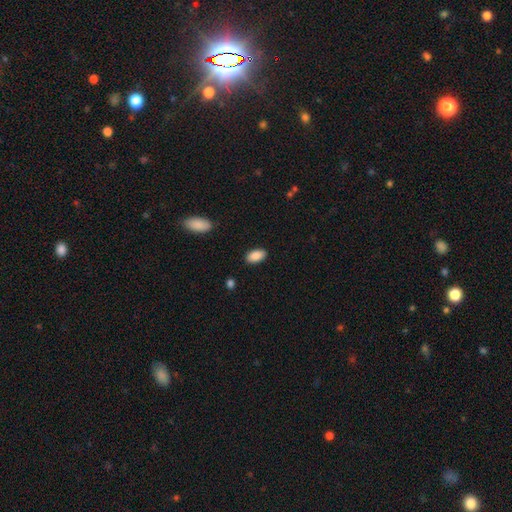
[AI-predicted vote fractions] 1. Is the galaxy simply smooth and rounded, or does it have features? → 89% smooth, 7% star or artifact, 4% featured or disk.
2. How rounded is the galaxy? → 94% in between, 3% round, 2% cigar-shaped.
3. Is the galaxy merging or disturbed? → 88% none, 9% minor disturbance, 2% major disturbance, 1% merger.